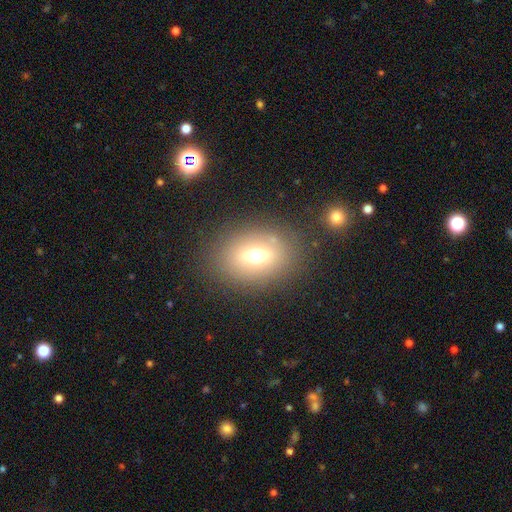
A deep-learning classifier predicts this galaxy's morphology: smooth 63%, featured or disk 22%, star or artifact 15%. Down the decision tree: how rounded — in between (57%); merging — none (80%).